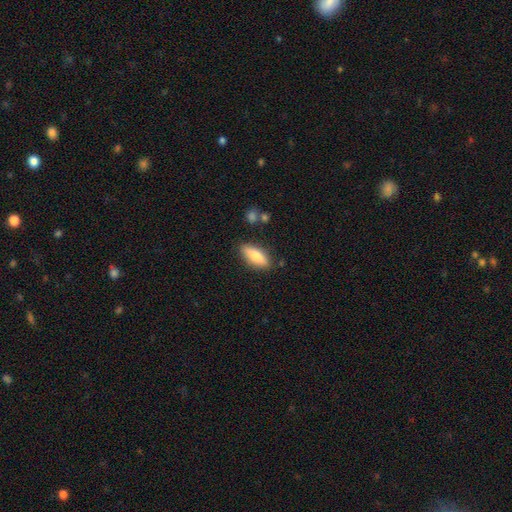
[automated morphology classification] This is likely a smooth galaxy (76%). How rounded: likely in between (66%). Merging: clearly none (83%).